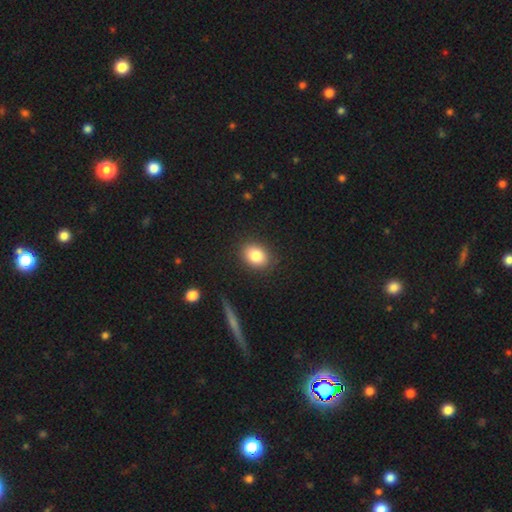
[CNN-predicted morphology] This appears to be a smooth galaxy with no disk features (84%) that is in between round and cigar-shaped (65%). Merging: none (87%).